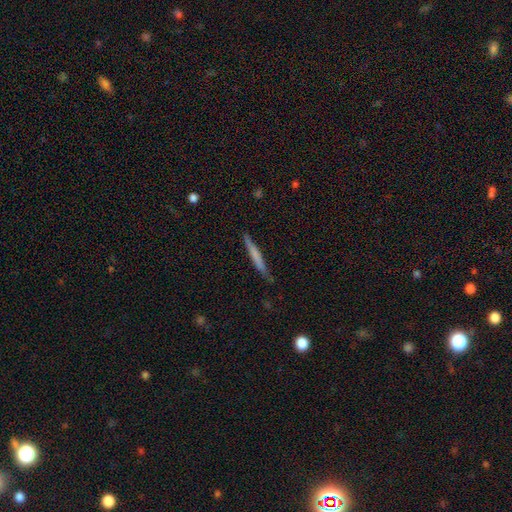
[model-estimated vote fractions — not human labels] Overall: smooth (60%; featured or disk 34%). How rounded: cigar-shaped (96%). Merging: none (81%).